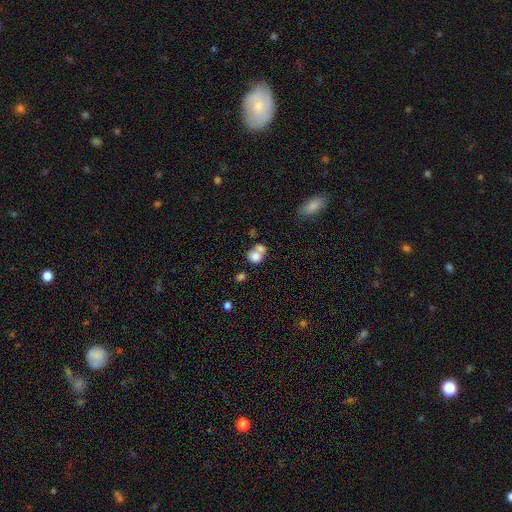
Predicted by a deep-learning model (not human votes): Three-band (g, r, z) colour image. It shows a smooth galaxy with no disk features (75%) that is round (67%). Merging: merger (59%).